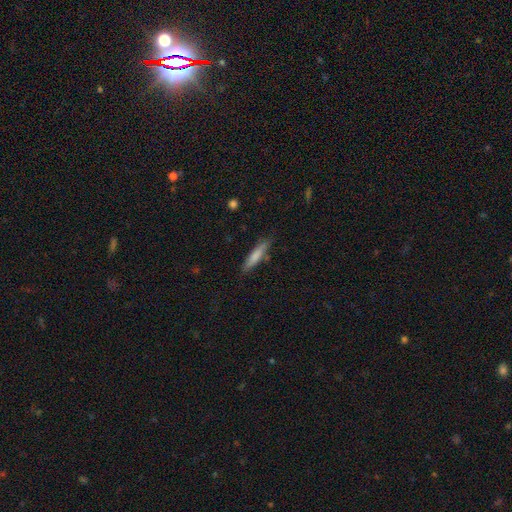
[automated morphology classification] This appears to be a smooth galaxy with no disk features (75%) that is cigar-shaped (86%). Merging: none (80%).